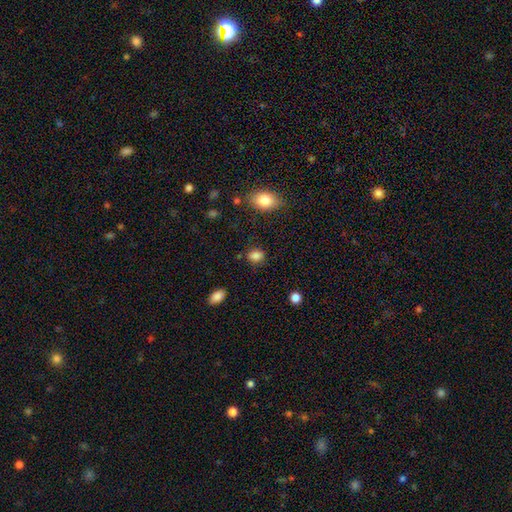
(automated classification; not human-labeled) Morphology: type=smooth (86%); roundness=round (60%); merging=none (81%).